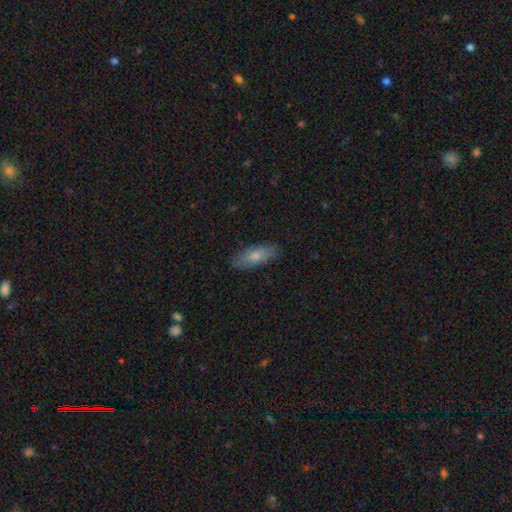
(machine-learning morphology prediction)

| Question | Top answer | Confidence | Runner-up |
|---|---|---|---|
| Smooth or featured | smooth | 74% | featured or disk (20%) |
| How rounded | in between | 70% | cigar-shaped (28%) |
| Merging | none | 83% | minor disturbance (14%) |